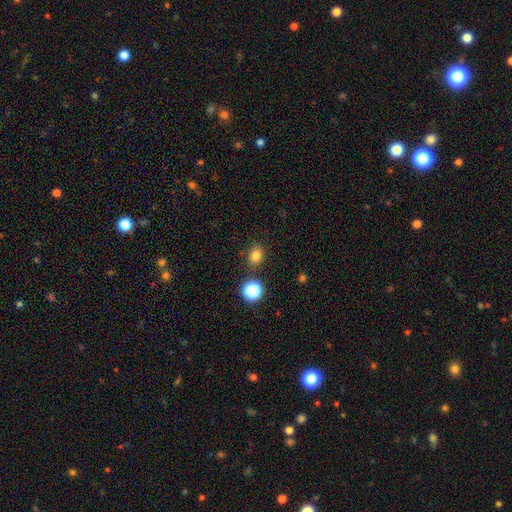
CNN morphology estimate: Q: Smooth or featured?
A: smooth (80%); runner-up: star or artifact (15%)
Q: How rounded?
A: round (56%); runner-up: in between (43%)
Q: Merging?
A: none (82%); runner-up: minor disturbance (10%)